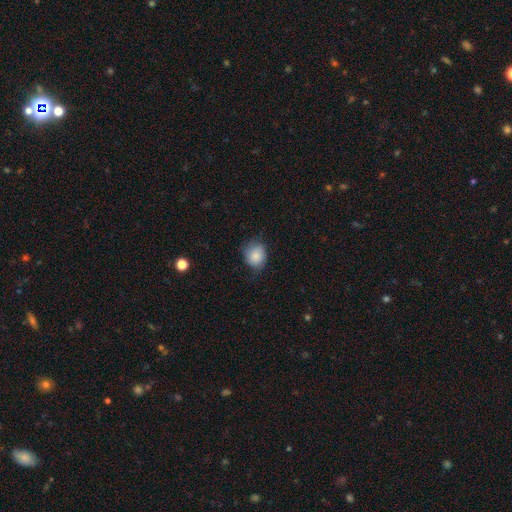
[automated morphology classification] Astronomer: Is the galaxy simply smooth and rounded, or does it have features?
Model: smooth — 82%.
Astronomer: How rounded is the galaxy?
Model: round — 69%.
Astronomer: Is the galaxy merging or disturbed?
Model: none — 62%.